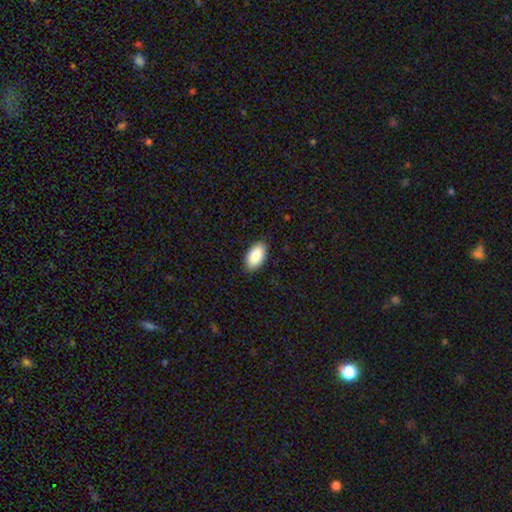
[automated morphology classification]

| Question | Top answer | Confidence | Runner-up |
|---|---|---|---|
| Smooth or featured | smooth | 89% | star or artifact (6%) |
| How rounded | in between | 95% | round (3%) |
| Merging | none | 87% | minor disturbance (10%) |